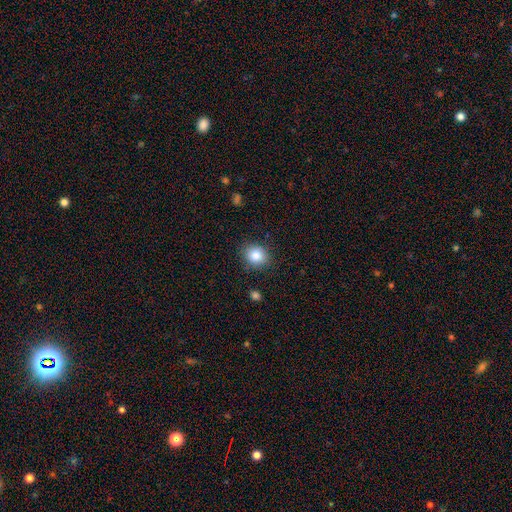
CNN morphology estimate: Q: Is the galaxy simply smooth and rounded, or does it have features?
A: smooth — 84%.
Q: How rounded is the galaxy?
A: round — 71%.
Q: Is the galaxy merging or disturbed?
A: none — 87%.